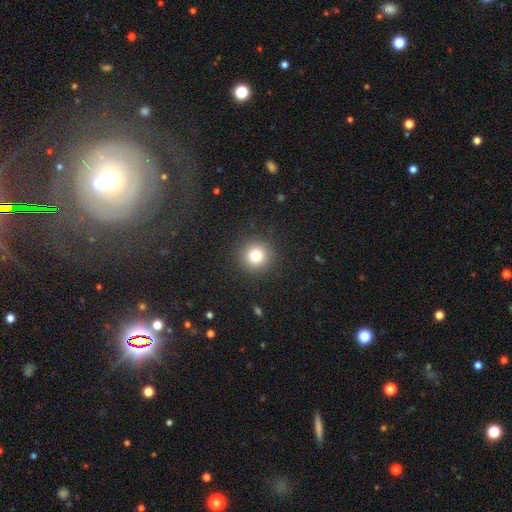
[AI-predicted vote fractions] smooth_or_featured: smooth (p=0.79) [alt: star or artifact p=0.13]
how_rounded: round (p=0.95) [alt: in between p=0.04]
merging: none (p=0.91) [alt: minor disturbance p=0.06]